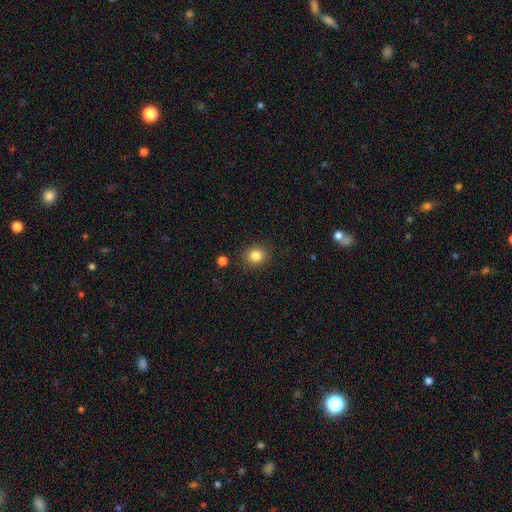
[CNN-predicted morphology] Q: Smooth or featured?
A: smooth (84%); runner-up: star or artifact (11%)
Q: How rounded?
A: round (77%); runner-up: in between (22%)
Q: Merging?
A: none (87%); runner-up: minor disturbance (8%)